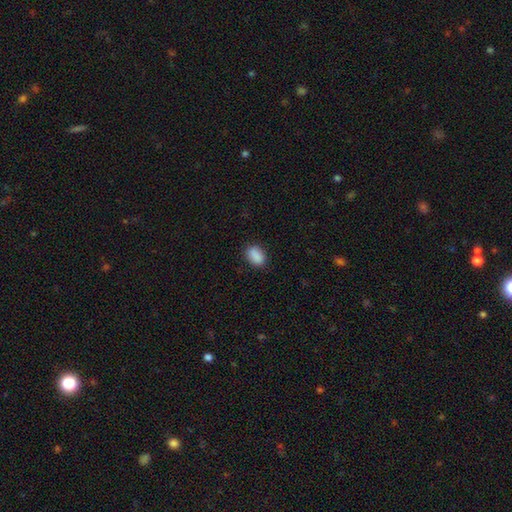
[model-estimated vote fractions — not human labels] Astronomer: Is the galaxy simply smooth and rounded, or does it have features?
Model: smooth — 89%.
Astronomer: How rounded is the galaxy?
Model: in between — 83%.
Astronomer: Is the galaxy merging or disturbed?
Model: none — 84%.